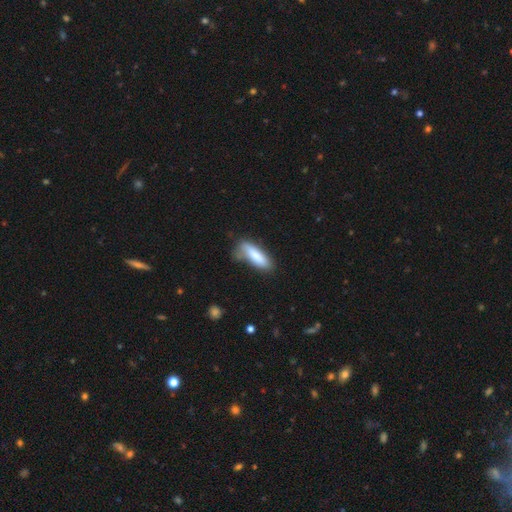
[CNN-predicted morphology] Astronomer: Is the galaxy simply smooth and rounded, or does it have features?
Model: smooth — 80%.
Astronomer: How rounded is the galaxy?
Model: cigar-shaped — 53% (runner-up: in between, 46%).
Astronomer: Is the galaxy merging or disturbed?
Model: none — 58%.